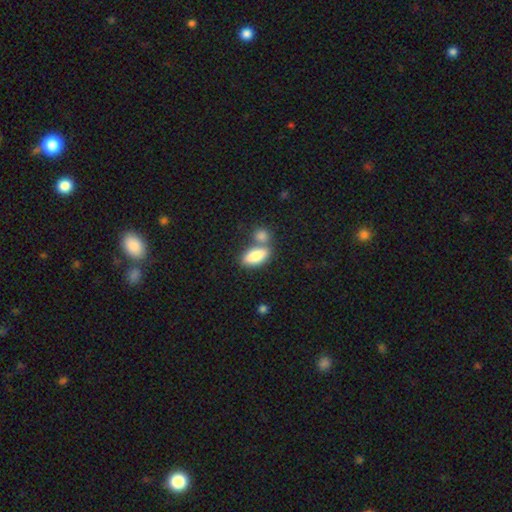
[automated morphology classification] smooth_or_featured: smooth (p=0.83) [alt: featured or disk p=0.11]
how_rounded: in between (p=0.83) [alt: cigar-shaped p=0.12]
merging: none (p=0.45) [alt: merger p=0.40]